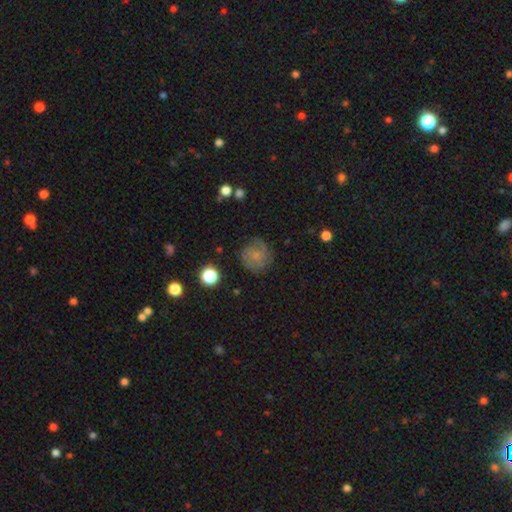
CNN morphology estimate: This appears to be a smooth galaxy with no disk features (51%) that is round (89%). Merging: none (72%).